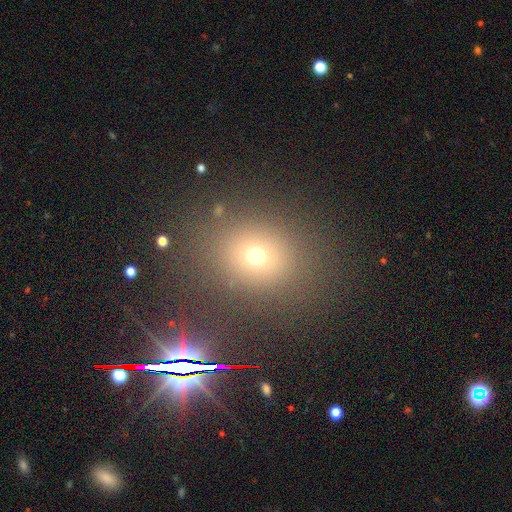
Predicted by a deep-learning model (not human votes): The model was most divided on "smooth or featured": smooth: 57%, star or artifact: 33%, featured or disk: 11%. More confident: merging — none (85%); how rounded — round (70%).